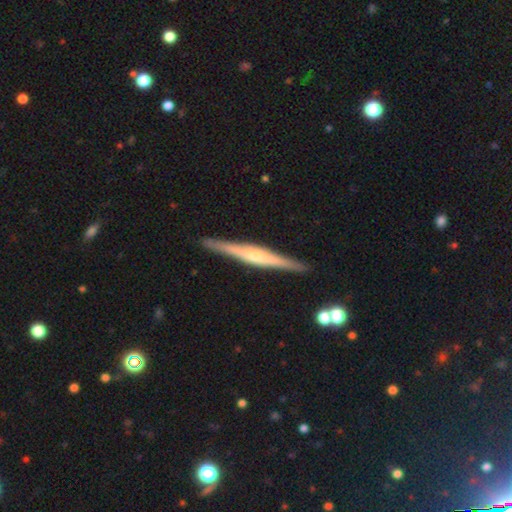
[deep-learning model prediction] Morphology: type=featured or disk (78%); edge-on=yes (98%); edge-on bulge=rounded (74%); merging=none (91%).